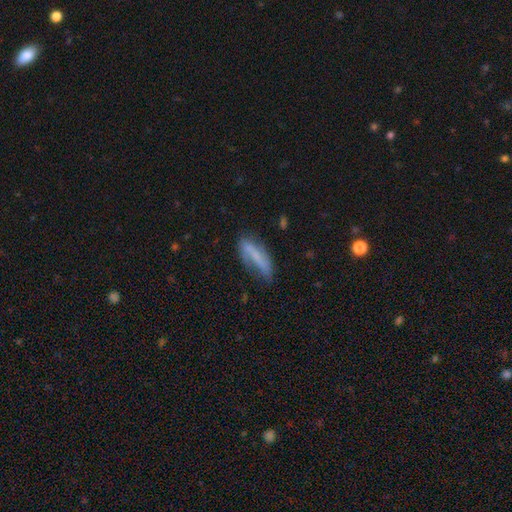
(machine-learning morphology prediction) Smooth or featured? smooth (55%)
How rounded? cigar-shaped (51%)
Merging? none (51%)